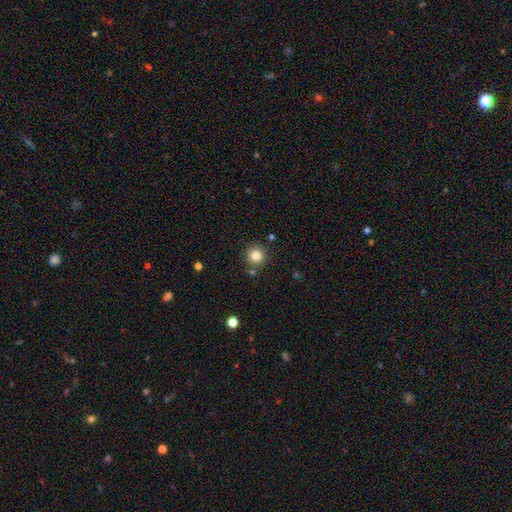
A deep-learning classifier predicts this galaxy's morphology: Smooth or featured?
  - smooth: 82% *
  - star or artifact: 12%
  - featured or disk: 6%
How rounded?
  - round: 95% *
  - in between: 4%
  - cigar-shaped: 1%
Merging?
  - none: 85% *
  - minor disturbance: 7%
  - merger: 6%
  - major disturbance: 2%